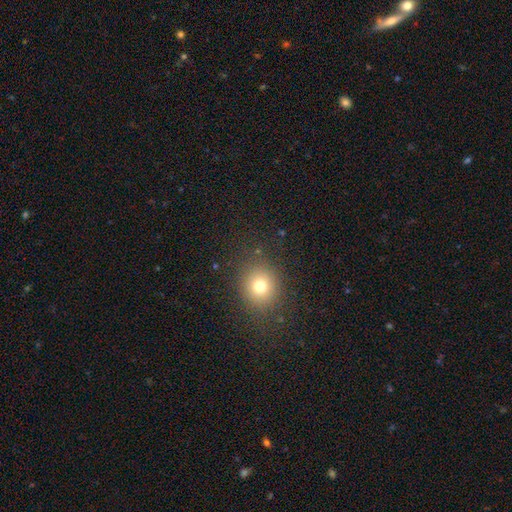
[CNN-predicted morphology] smooth_or_featured: smooth (p=0.69) [alt: star or artifact p=0.23]
how_rounded: round (p=0.73) [alt: in between p=0.26]
merging: none (p=0.89) [alt: minor disturbance p=0.07]